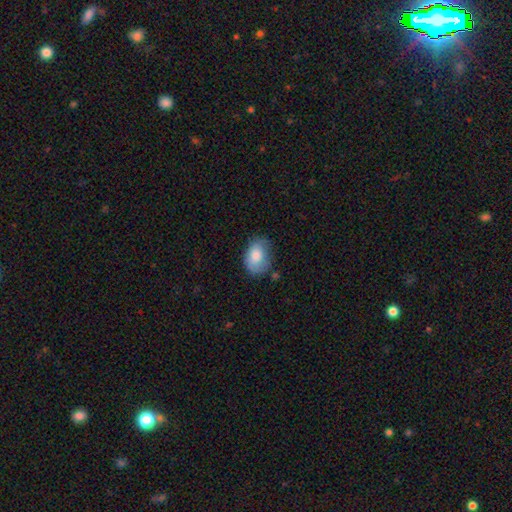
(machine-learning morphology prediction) smooth 79%, featured or disk 14%, star or artifact 7%. Down the decision tree: how rounded — in between (78%); merging — none (55%).